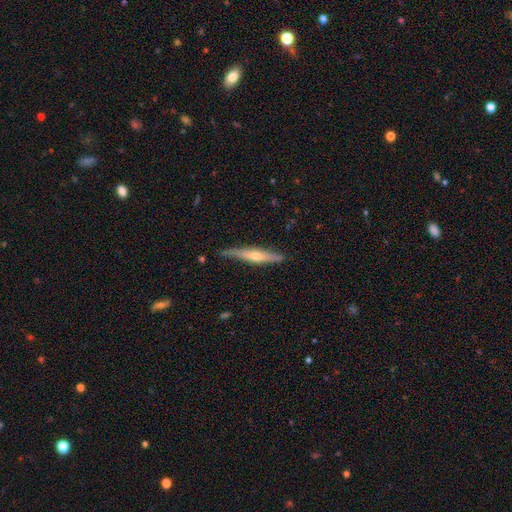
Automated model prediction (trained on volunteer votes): Smooth or featured?
  - featured or disk: 64% *
  - smooth: 30%
  - star or artifact: 6%
Edge-on disk?
  - yes: 95% *
  - no: 5%
Edge-on bulge?
  - rounded: 85% *
  - none: 10%
  - boxy: 5%
Merging?
  - none: 81% *
  - minor disturbance: 15%
  - major disturbance: 2%
  - merger: 1%